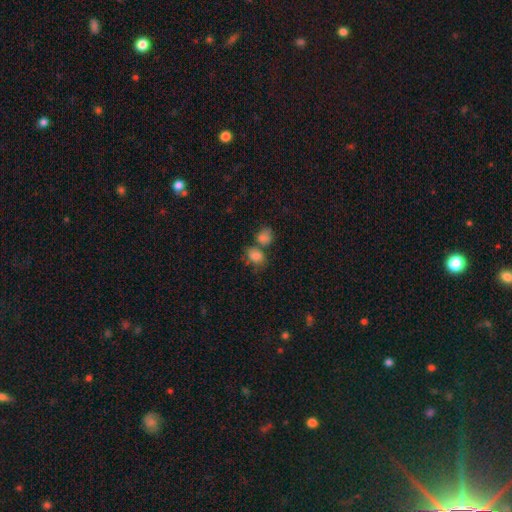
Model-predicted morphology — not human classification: Q: Smooth or featured?
A: smooth (81%); runner-up: star or artifact (10%)
Q: How rounded?
A: in between (54%); runner-up: round (44%)
Q: Merging?
A: none (42%); runner-up: merger (39%)